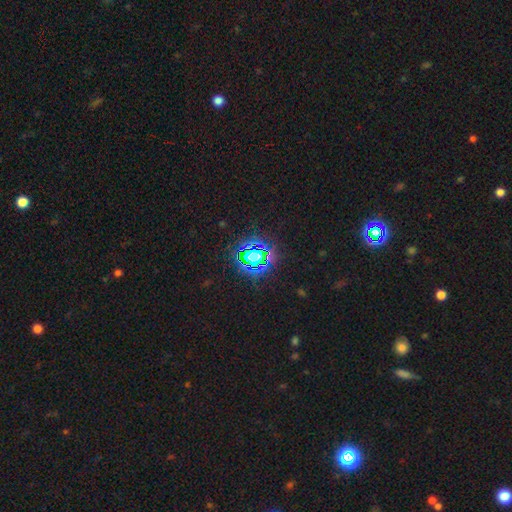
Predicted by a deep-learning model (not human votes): Smooth or featured? Predicted: star or artifact (p=0.77).